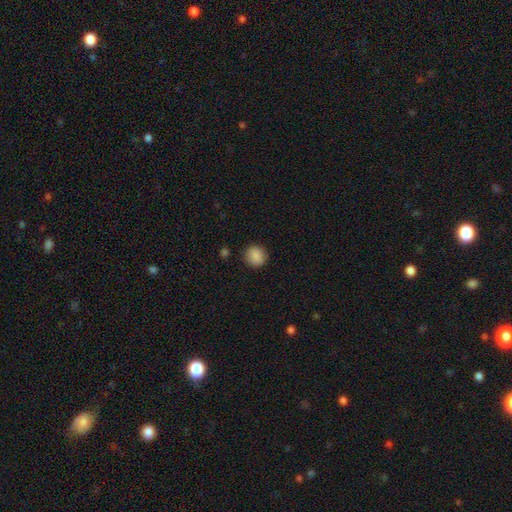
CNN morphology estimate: A smooth galaxy with no disk features (88%) that is round (87%).

Vote fractions:
- Smooth or featured? smooth: 88% / star or artifact: 9% / featured or disk: 4%
- How rounded? round: 87% / in between: 12% / cigar-shaped: 1%
- Merging? none: 88% / minor disturbance: 8% / major disturbance: 2% / merger: 1%